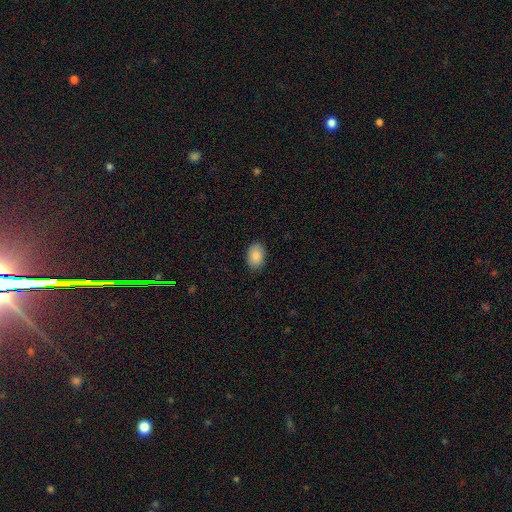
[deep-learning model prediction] Overall: smooth (88%). How rounded: in between (86%). Merging: none (88%).